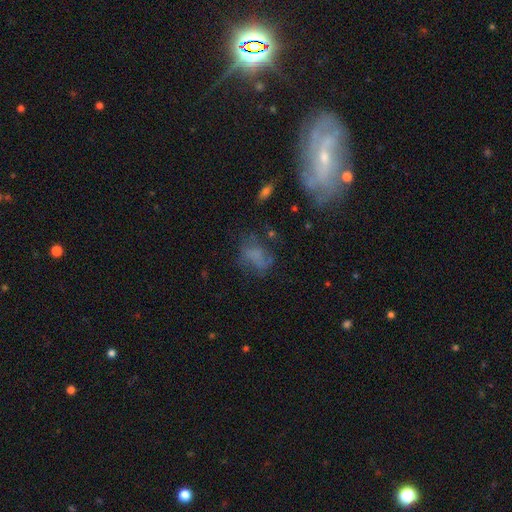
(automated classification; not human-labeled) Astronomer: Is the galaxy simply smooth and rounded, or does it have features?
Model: smooth — 51% (runner-up: featured or disk, 32%).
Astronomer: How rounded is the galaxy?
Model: in between — 71%.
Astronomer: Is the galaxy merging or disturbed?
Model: none — 46% (runner-up: major disturbance, 26%).